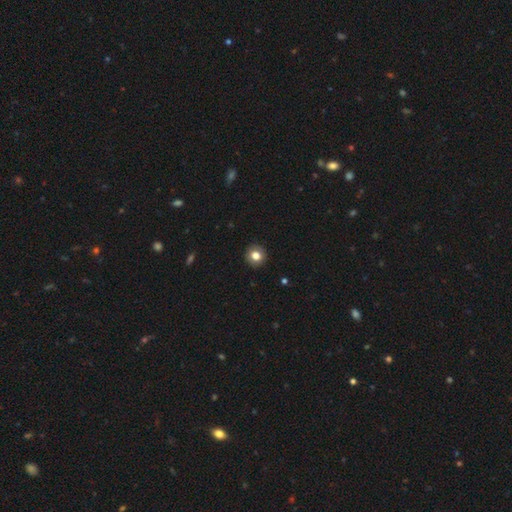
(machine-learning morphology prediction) Smooth or featured? smooth (81%)
How rounded? round (91%)
Merging? none (92%)